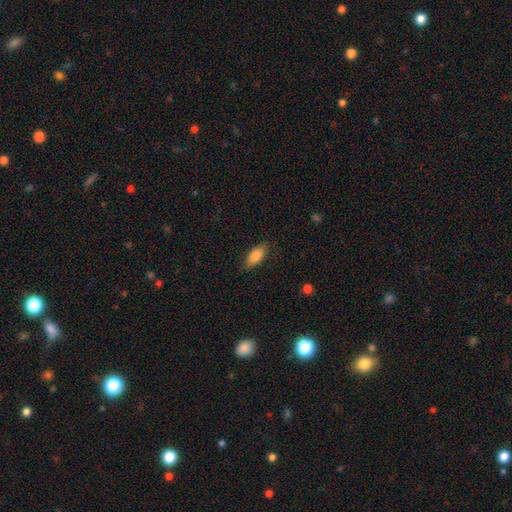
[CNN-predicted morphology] smooth 84%, featured or disk 9%, star or artifact 7%. Down the decision tree: how rounded — in between (84%); merging — none (84%).